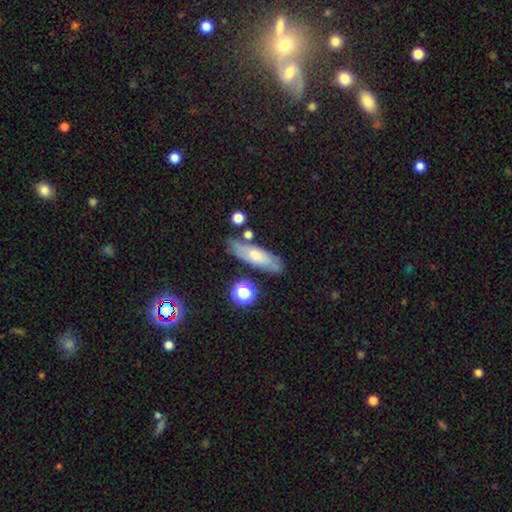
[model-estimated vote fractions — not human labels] smooth-or-featured: smooth: 58% | featured or disk: 34% | star or artifact: 8%
  how-rounded: cigar-shaped: 51% | in between: 46% | round: 3%
  merging: none: 73% | minor disturbance: 16% | merger: 6% | major disturbance: 4%